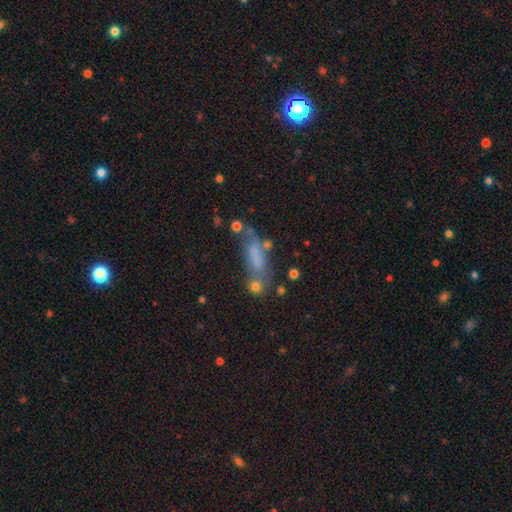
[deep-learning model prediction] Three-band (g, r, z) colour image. It shows a smooth galaxy with no disk features (62%) that is in between round and cigar-shaped (50%). Merging: none (44%).